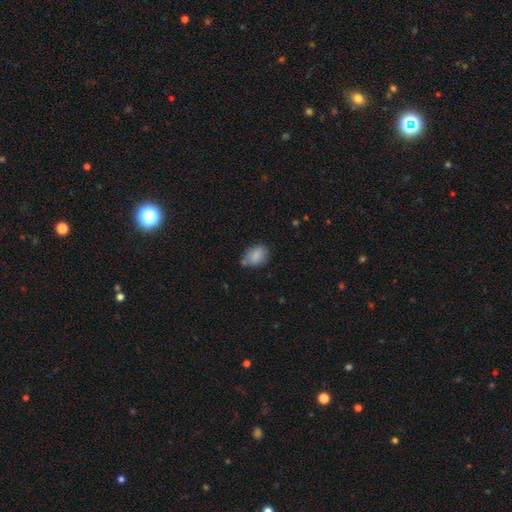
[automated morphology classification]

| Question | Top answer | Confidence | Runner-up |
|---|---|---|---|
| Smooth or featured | smooth | 85% | star or artifact (8%) |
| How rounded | in between | 71% | round (28%) |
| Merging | none | 61% | minor disturbance (25%) |